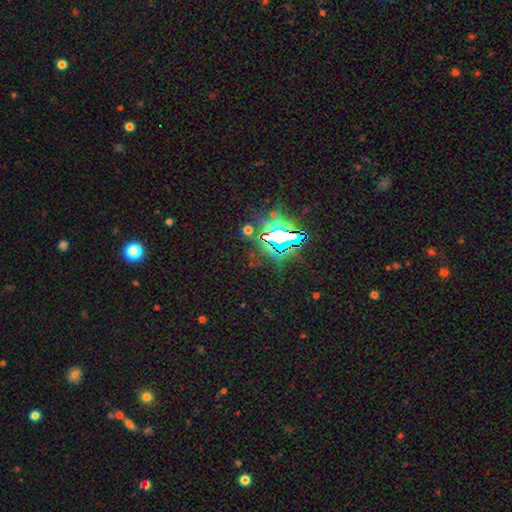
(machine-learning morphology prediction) Smooth or featured: star or artifact — 83% (smooth — 9%)